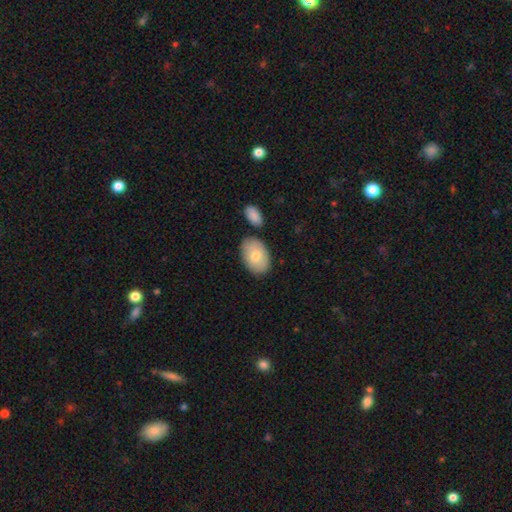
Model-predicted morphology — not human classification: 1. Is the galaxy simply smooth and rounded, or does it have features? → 77% smooth, 17% featured or disk, 6% star or artifact.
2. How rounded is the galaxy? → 89% in between, 10% round, 1% cigar-shaped.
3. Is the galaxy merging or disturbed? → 76% none, 14% minor disturbance, 8% merger, 3% major disturbance.